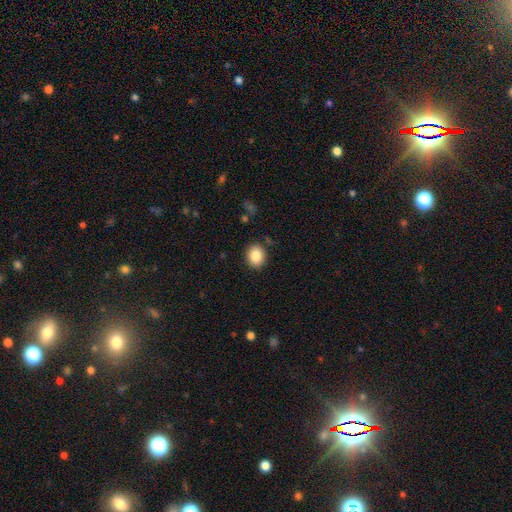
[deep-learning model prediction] Smooth or featured?
  - smooth: 85% *
  - star or artifact: 9%
  - featured or disk: 6%
How rounded?
  - round: 65% *
  - in between: 34%
  - cigar-shaped: 1%
Merging?
  - none: 88% *
  - minor disturbance: 8%
  - major disturbance: 2%
  - merger: 2%